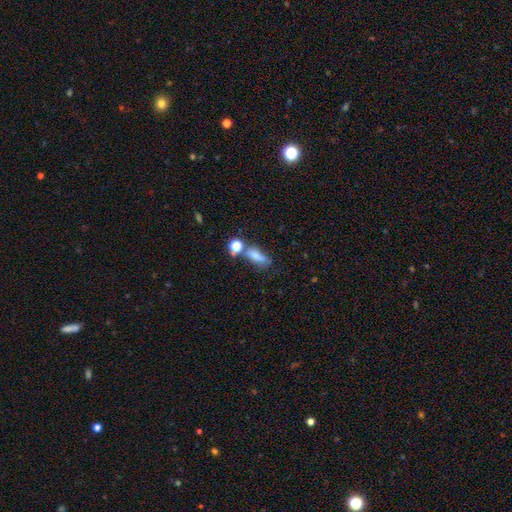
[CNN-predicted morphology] Smooth or featured?
  - smooth: 70% *
  - star or artifact: 15%
  - featured or disk: 14%
How rounded?
  - in between: 58% *
  - cigar-shaped: 29%
  - round: 13%
Merging?
  - none: 43% *
  - merger: 25%
  - minor disturbance: 19%
  - major disturbance: 13%